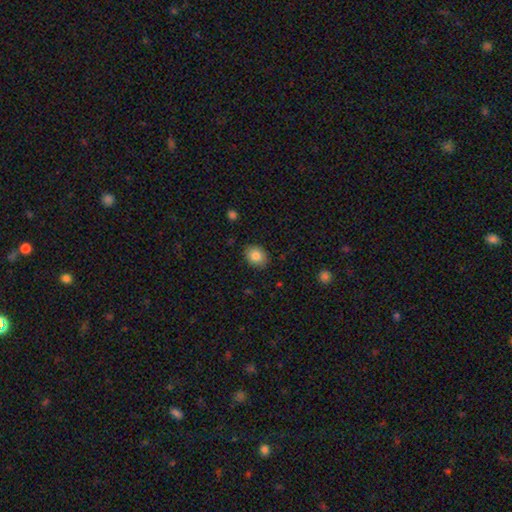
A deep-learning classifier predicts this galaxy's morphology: smooth 84%, star or artifact 9%, featured or disk 7%. Down the decision tree: how rounded — in between (51%); merging — none (87%).